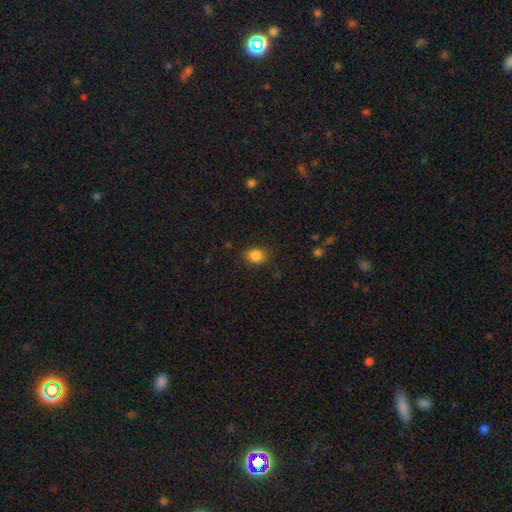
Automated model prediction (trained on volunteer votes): This appears to be a smooth galaxy with no disk features (86%) that is round (54%). Merging: none (84%).